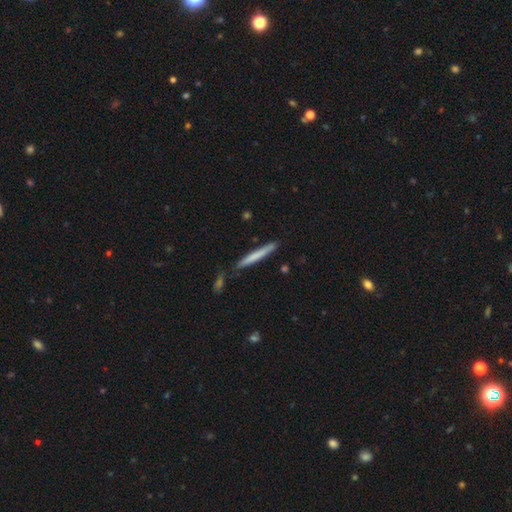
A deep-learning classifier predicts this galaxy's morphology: A smooth galaxy with no disk features (69%) that is cigar-shaped (96%). Merging: none (82%).